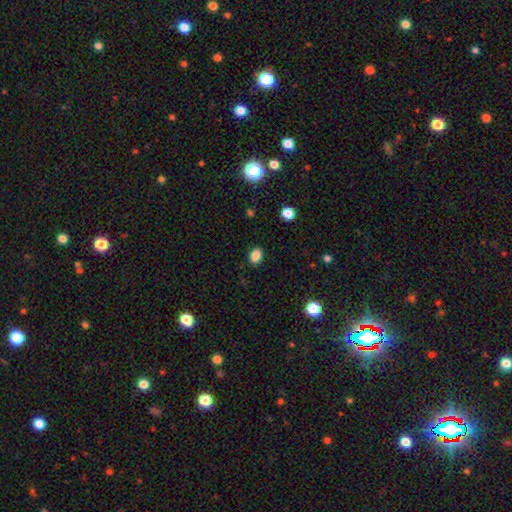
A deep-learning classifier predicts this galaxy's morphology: Q: Smooth or featured?
A: smooth (86%); runner-up: star or artifact (11%)
Q: How rounded?
A: in between (76%); runner-up: round (23%)
Q: Merging?
A: none (88%); runner-up: minor disturbance (9%)